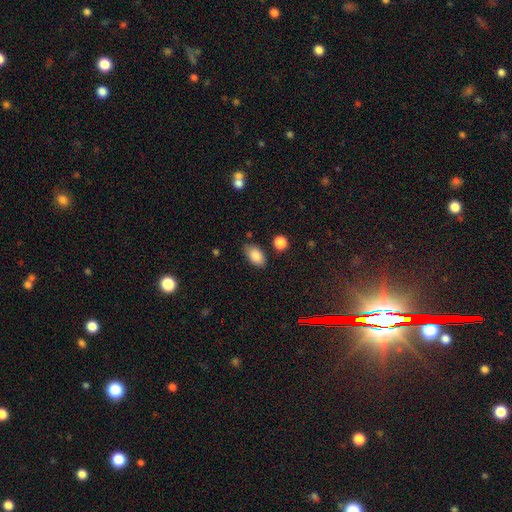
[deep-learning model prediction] A smooth galaxy with no disk features (86%) that is in between round and cigar-shaped (92%).

Vote fractions:
- Smooth or featured? smooth: 86% / star or artifact: 8% / featured or disk: 6%
- How rounded? in between: 92% / round: 6% / cigar-shaped: 3%
- Merging? none: 77% / minor disturbance: 16% / merger: 3% / major disturbance: 3%